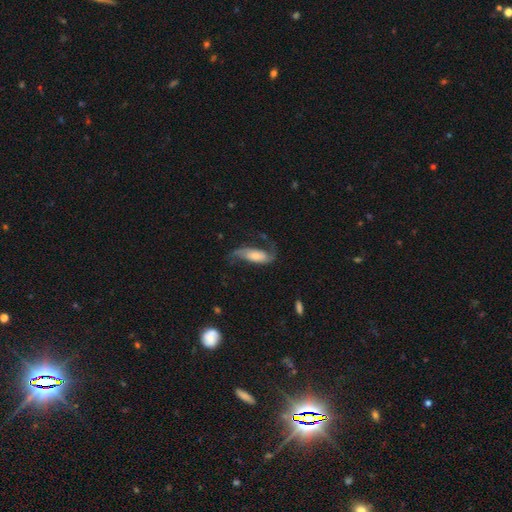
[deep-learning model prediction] Smooth or featured? Predicted: featured or disk (p=0.71). Edge-on disk? Predicted: no (p=0.91). Bar? Predicted: no (p=0.52). Spiral arms? Predicted: yes (p=0.94). Spiral winding? Predicted: loose (p=0.71). Spiral arm count? Predicted: 2 (p=0.89). Bulge size? Predicted: small (p=0.41). Merging? Predicted: none (p=0.57).